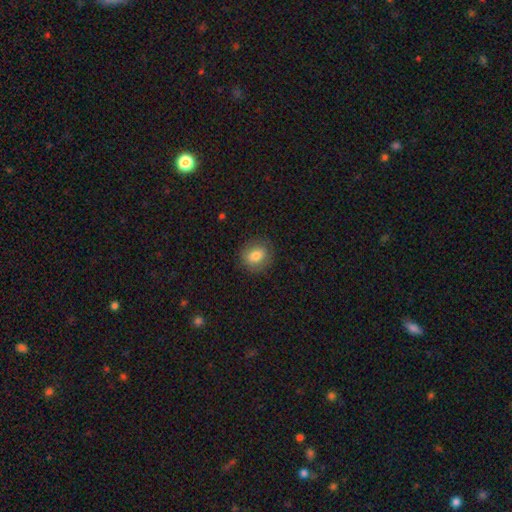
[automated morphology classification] type=smooth (79%); roundness=round (65%); merging=none (84%).